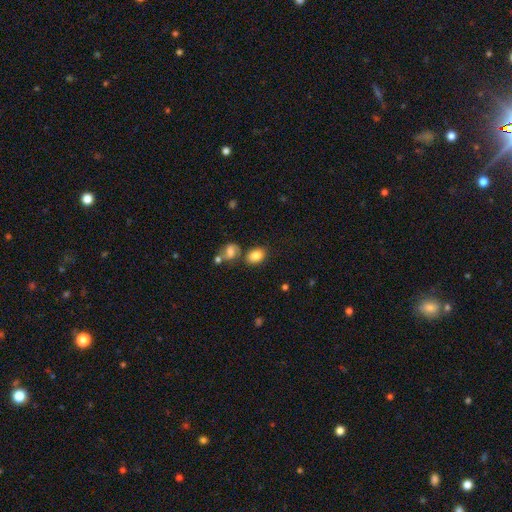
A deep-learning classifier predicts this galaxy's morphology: type=smooth (82%); roundness=in between (72%); merging=none (67%).